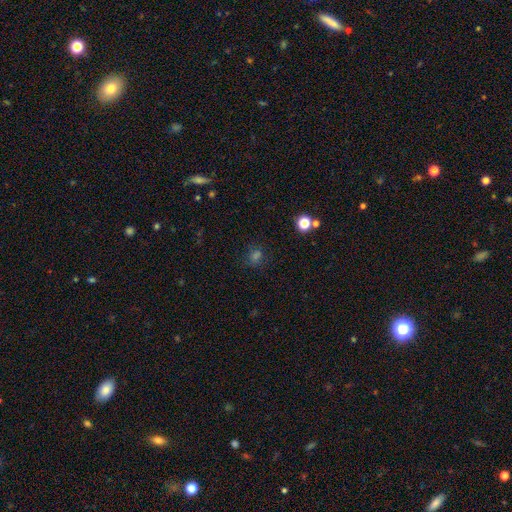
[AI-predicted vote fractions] A smooth galaxy with no disk features (62%) that is round (76%).

Vote fractions:
- Smooth or featured? smooth: 62% / star or artifact: 31% / featured or disk: 7%
- How rounded? round: 76% / in between: 23% / cigar-shaped: 2%
- Merging? none: 82% / minor disturbance: 11% / major disturbance: 4% / merger: 3%